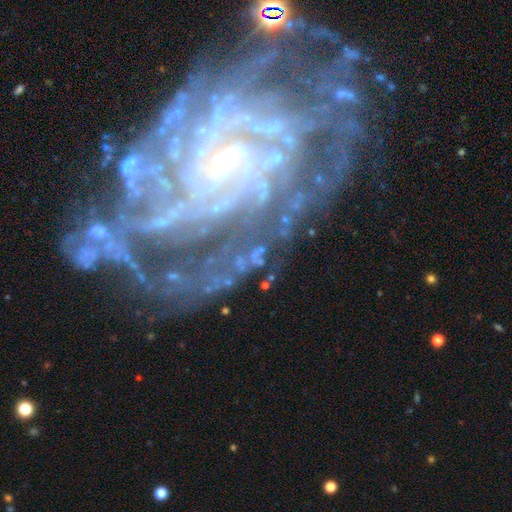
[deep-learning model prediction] A featured or disk galaxy (53%).

Vote fractions:
- Smooth or featured? featured or disk: 53% / star or artifact: 27% / smooth: 20%
- Edge-on disk? no: 91% / yes: 9%
- Merging? none: 52% / minor disturbance: 20% / major disturbance: 17% / merger: 11%